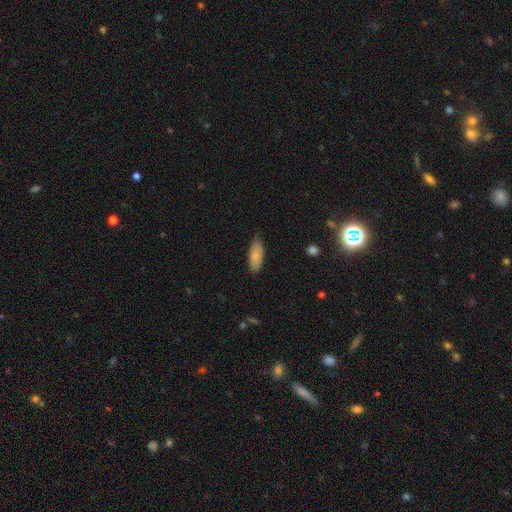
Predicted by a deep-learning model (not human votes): Smooth or featured?
  - smooth: 84% *
  - featured or disk: 10%
  - star or artifact: 6%
How rounded?
  - in between: 77% *
  - cigar-shaped: 21%
  - round: 2%
Merging?
  - none: 70% *
  - minor disturbance: 25%
  - major disturbance: 4%
  - merger: 1%